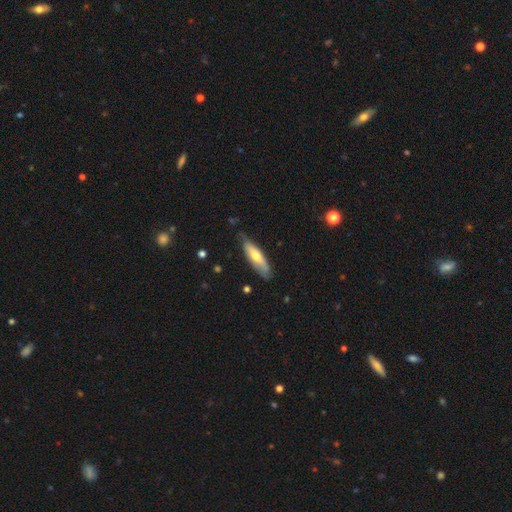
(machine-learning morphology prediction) smooth-or-featured: smooth: 58% | featured or disk: 36% | star or artifact: 5%
  how-rounded: cigar-shaped: 58% | in between: 41% | round: 2%
  merging: none: 72% | minor disturbance: 22% | major disturbance: 4% | merger: 2%